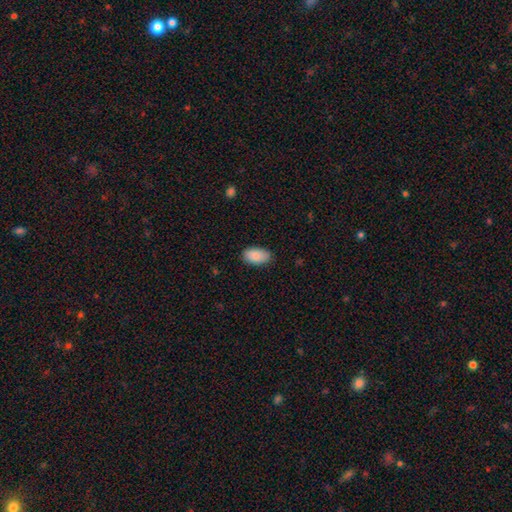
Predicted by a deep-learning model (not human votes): Smooth or featured? smooth (88%)
How rounded? in between (95%)
Merging? none (85%)